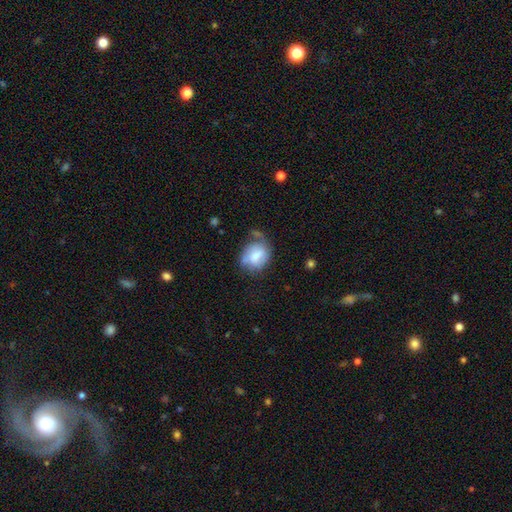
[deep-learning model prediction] The model was most divided on "how rounded": in between: 52%, round: 47%, cigar-shaped: 1%. Remaining: smooth or featured — smooth (59%); merging — none (41%).